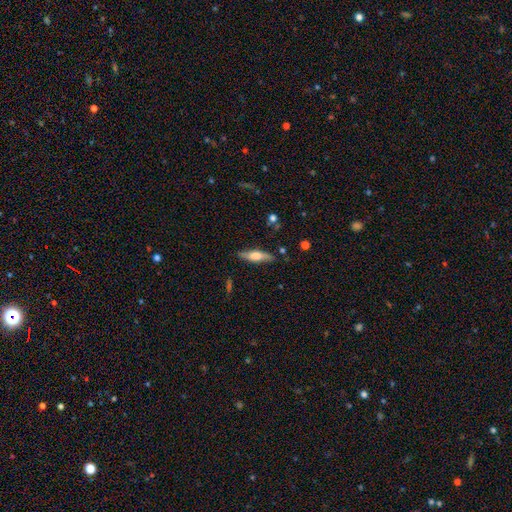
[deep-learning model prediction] Morphology: type=featured or disk (48%); merging=none (82%).